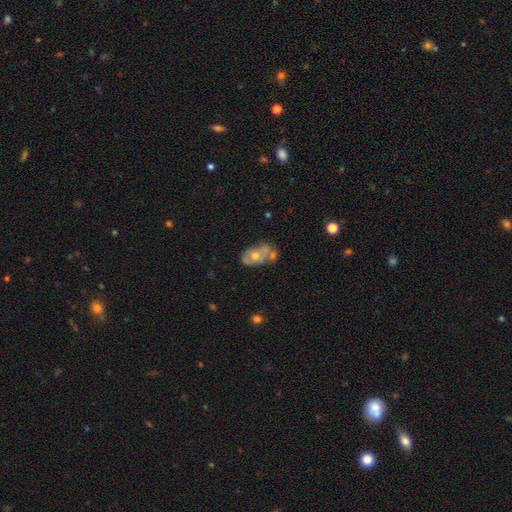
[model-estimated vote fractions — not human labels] Overall: featured or disk (52%; smooth 39%). Edge-on disk: no (92%). Merging: none (39%; merger 30%).